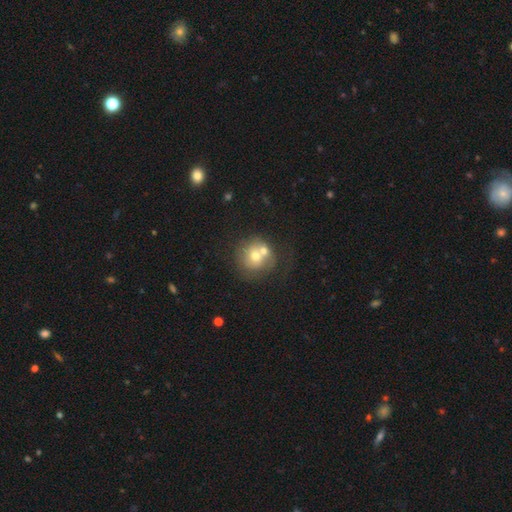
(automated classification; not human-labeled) Smooth or featured: smooth — 59% (featured or disk — 30%)
How rounded: round — 88% (in between — 11%)
Merging: none — 41% (tied with merger — 41%)